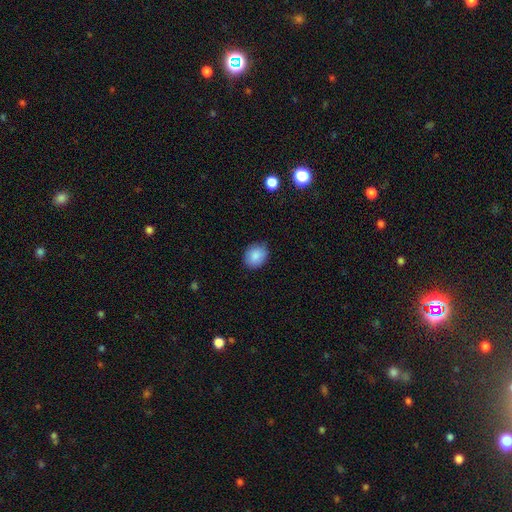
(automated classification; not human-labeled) Q: Smooth or featured?
A: smooth (87%); runner-up: star or artifact (8%)
Q: How rounded?
A: round (53%); runner-up: in between (46%)
Q: Merging?
A: none (82%); runner-up: minor disturbance (14%)